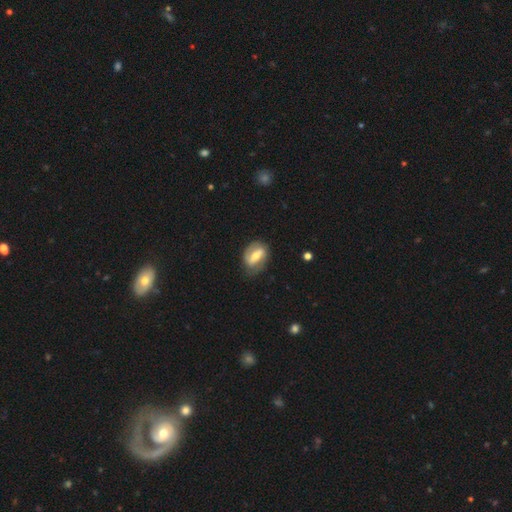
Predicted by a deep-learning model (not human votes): The model was most divided on "spiral winding": medium: 40%, tight: 35%, loose: 25%. More confident: edge-on disk — no (95%); spiral arm count — 2 (80%); spiral arms — yes (80%); merging — none (73%); smooth or featured — featured or disk (67%); bulge size — moderate (56%); bar — strong (53%).